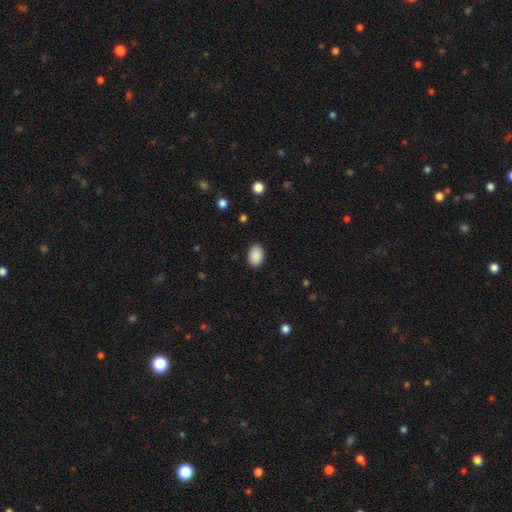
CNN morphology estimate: Smooth or featured? smooth (90%)
How rounded? in between (79%)
Merging? none (89%)